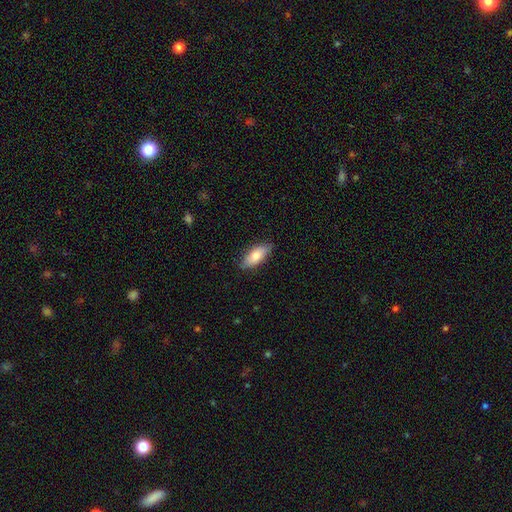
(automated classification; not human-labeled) Smooth or featured: smooth — 77% (featured or disk — 17%)
How rounded: in between — 80% (cigar-shaped — 17%)
Merging: none — 84% (minor disturbance — 13%)